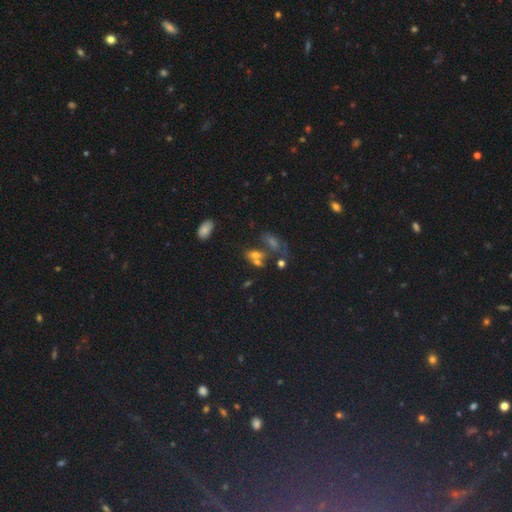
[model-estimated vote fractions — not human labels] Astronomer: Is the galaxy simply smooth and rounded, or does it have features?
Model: smooth — 56%.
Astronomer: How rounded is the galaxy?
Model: in between — 73%.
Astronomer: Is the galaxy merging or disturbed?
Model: merger — 40% (runner-up: none, 34%).